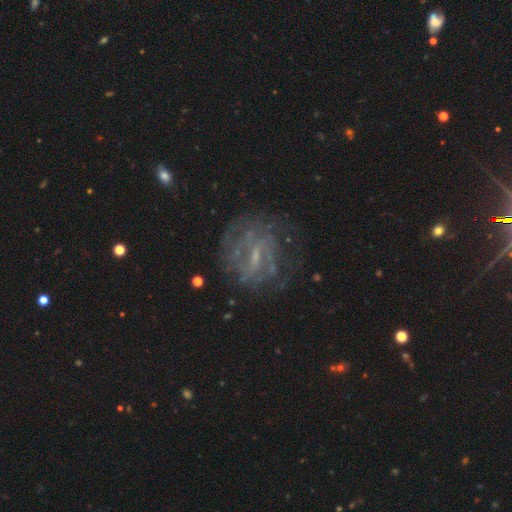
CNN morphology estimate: type=featured or disk (67%); edge-on=no (95%); bar=weak (48%); spiral arms=yes (69%); bulge=small (57%); merging=none (69%).